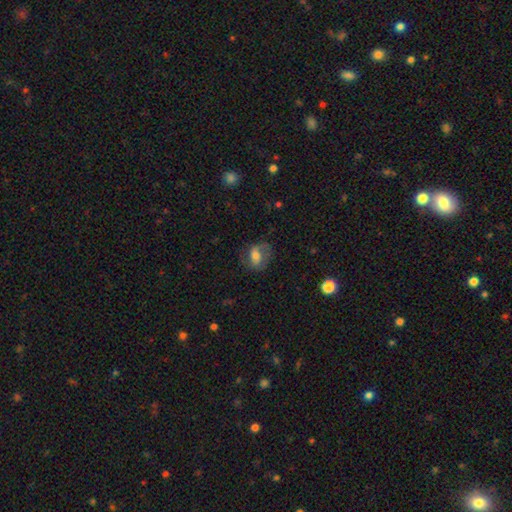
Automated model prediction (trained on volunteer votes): Morphology: type=featured or disk (49%); merging=none (61%).